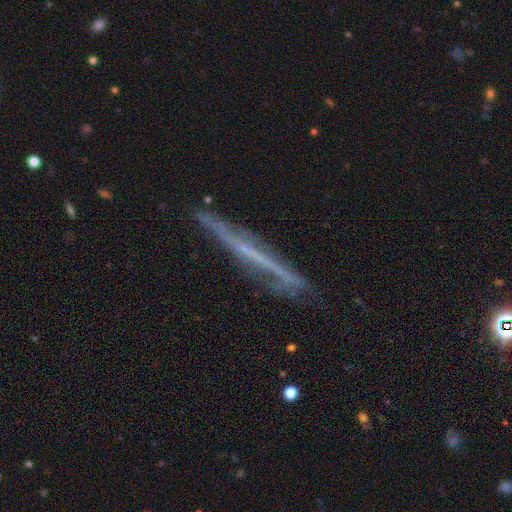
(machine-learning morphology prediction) Smooth or featured: featured or disk — 64% (smooth — 27%)
Edge-on disk: yes — 90% (no — 10%)
Edge-on bulge: none — 83% (rounded — 12%)
Merging: none — 76% (minor disturbance — 17%)